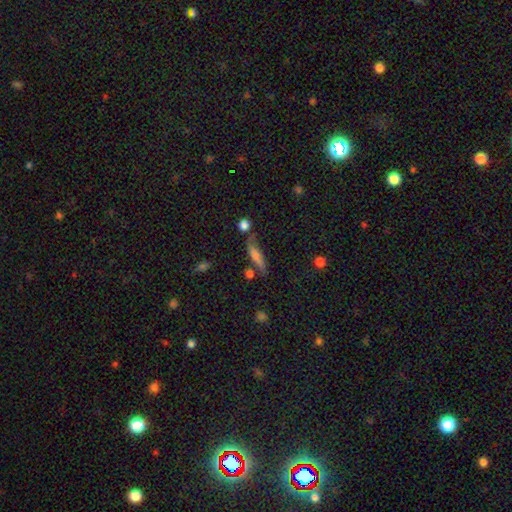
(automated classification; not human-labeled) smooth 62%, featured or disk 28%, star or artifact 9%. Down the decision tree: how rounded — cigar-shaped (72%); merging — none (60%).